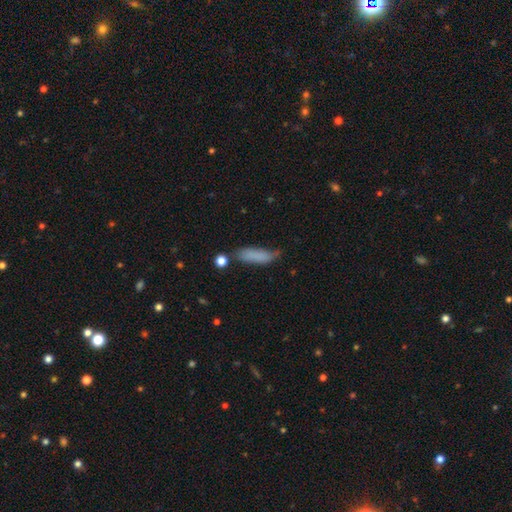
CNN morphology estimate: smooth-or-featured: smooth: 79% | featured or disk: 12% | star or artifact: 9%
  how-rounded: cigar-shaped: 55% | in between: 42% | round: 3%
  merging: none: 54% | minor disturbance: 30% | major disturbance: 11% | merger: 6%